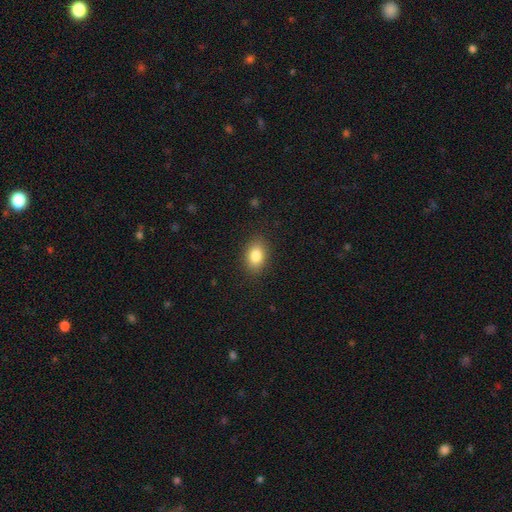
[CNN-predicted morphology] type=smooth (84%); roundness=in between (81%); merging=none (87%).